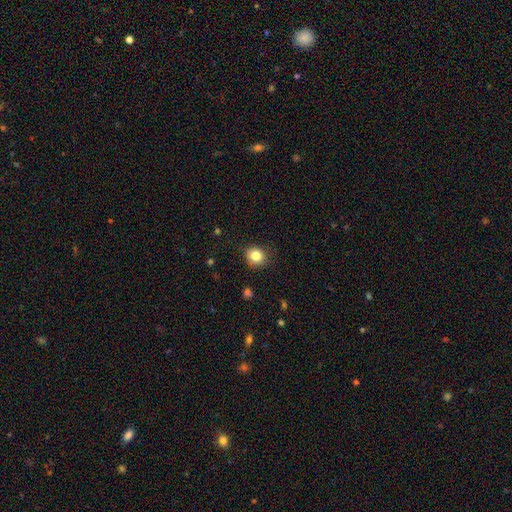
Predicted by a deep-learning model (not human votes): Smooth or featured? Predicted: smooth (p=0.83). How rounded? Predicted: round (p=0.78). Merging? Predicted: none (p=0.80).